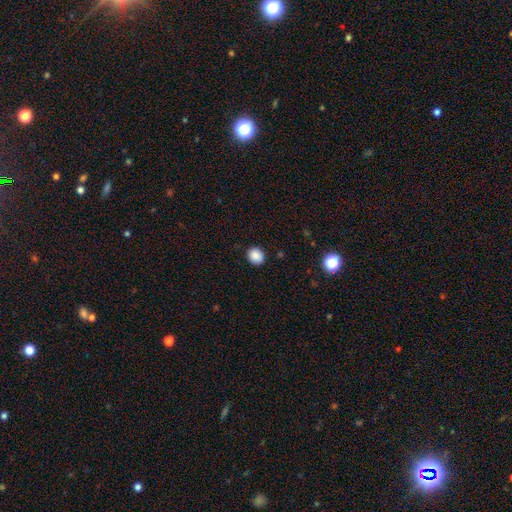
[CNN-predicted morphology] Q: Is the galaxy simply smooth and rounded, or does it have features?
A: smooth — 88%.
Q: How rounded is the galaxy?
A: round — 72%.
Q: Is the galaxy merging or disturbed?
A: none — 89%.